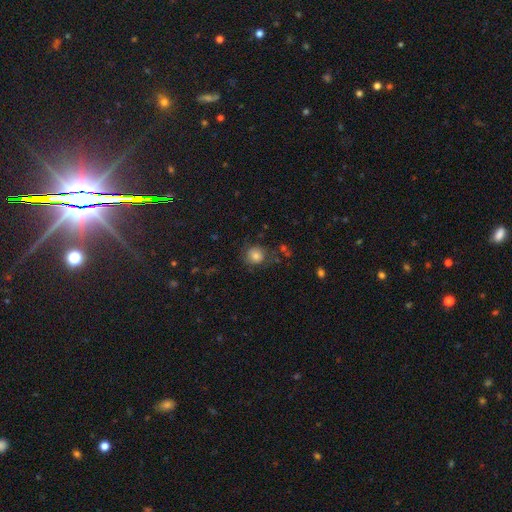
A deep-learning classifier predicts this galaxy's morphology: Smooth or featured?
  - smooth: 78% *
  - featured or disk: 11%
  - star or artifact: 11%
How rounded?
  - round: 84% *
  - in between: 15%
  - cigar-shaped: 1%
Merging?
  - none: 70% *
  - minor disturbance: 18%
  - major disturbance: 9%
  - merger: 2%